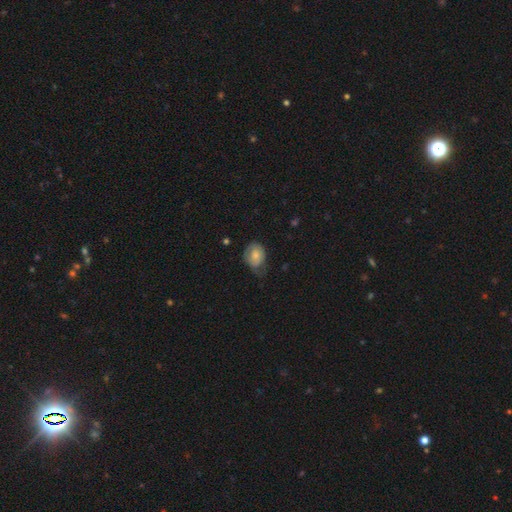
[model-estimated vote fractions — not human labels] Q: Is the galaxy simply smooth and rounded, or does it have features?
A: smooth — 70%.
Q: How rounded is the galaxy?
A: in between — 57%.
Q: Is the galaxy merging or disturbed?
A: minor disturbance — 39%.